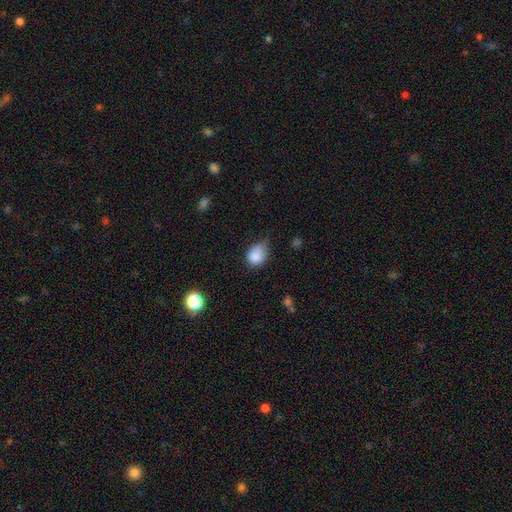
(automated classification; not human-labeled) Smooth or featured? Predicted: smooth (p=0.85). How rounded? Predicted: in between (p=0.54). Merging? Predicted: minor disturbance (p=0.47).